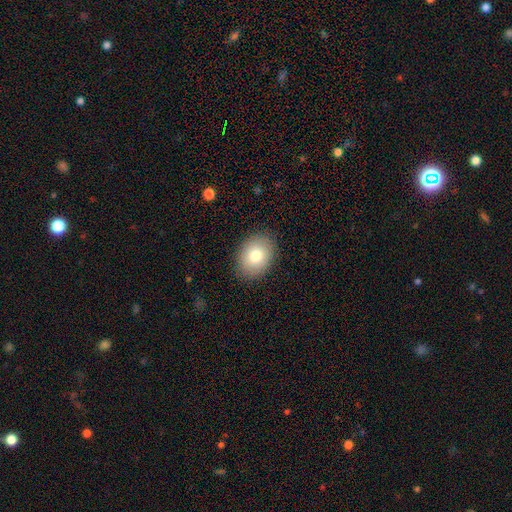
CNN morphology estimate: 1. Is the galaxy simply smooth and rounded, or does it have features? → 77% smooth, 13% featured or disk, 9% star or artifact.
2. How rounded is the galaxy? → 67% in between, 32% round, 1% cigar-shaped.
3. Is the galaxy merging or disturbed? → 87% none, 9% minor disturbance, 3% major disturbance, 1% merger.